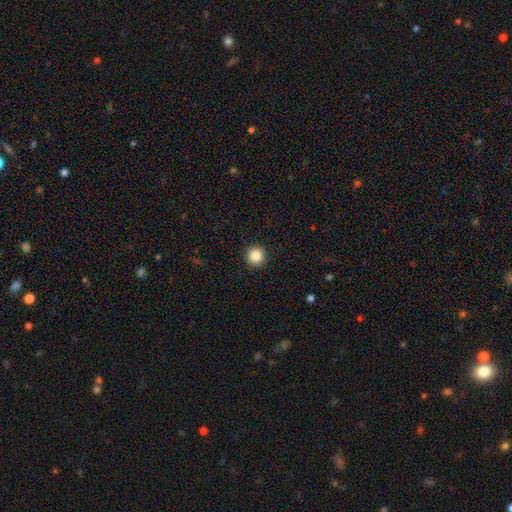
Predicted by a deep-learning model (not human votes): Overall: smooth (85%). How rounded: round (95%). Merging: none (93%).